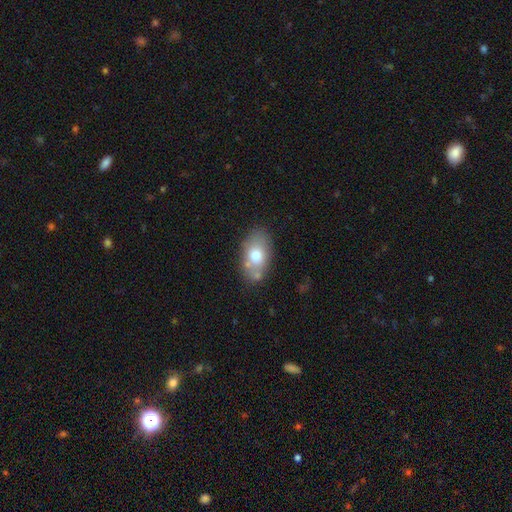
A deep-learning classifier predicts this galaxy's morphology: smooth-or-featured: smooth: 70% | featured or disk: 23% | star or artifact: 8%
  how-rounded: in between: 87% | round: 11% | cigar-shaped: 2%
  merging: none: 67% | minor disturbance: 18% | merger: 10% | major disturbance: 5%